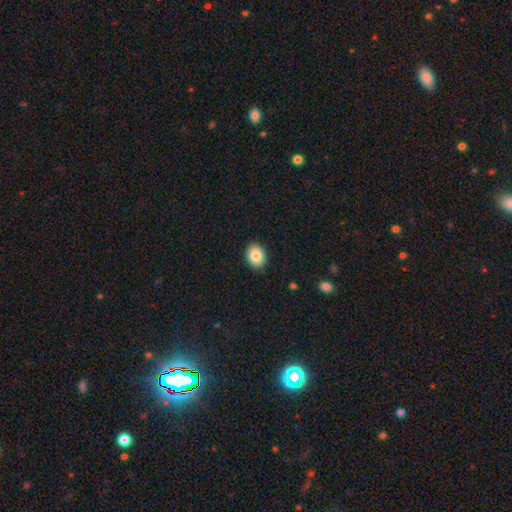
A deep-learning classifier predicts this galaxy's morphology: Smooth or featured?
  - smooth: 86% *
  - star or artifact: 8%
  - featured or disk: 6%
How rounded?
  - in between: 54% *
  - round: 45%
  - cigar-shaped: 1%
Merging?
  - none: 89% *
  - minor disturbance: 8%
  - major disturbance: 2%
  - merger: 1%